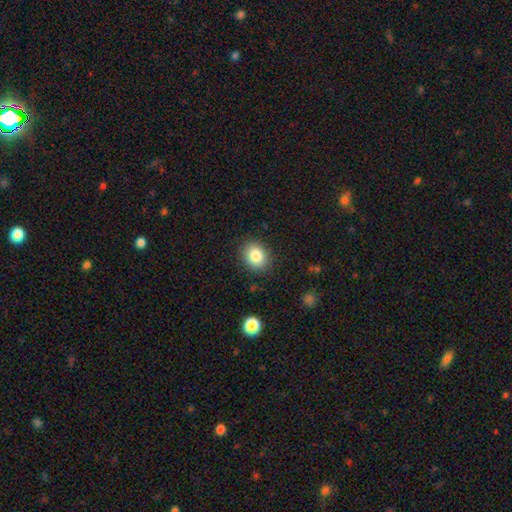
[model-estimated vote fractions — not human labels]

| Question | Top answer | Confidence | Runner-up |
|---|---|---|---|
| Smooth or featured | smooth | 84% | star or artifact (9%) |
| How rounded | round | 63% | in between (36%) |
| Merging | none | 87% | minor disturbance (9%) |